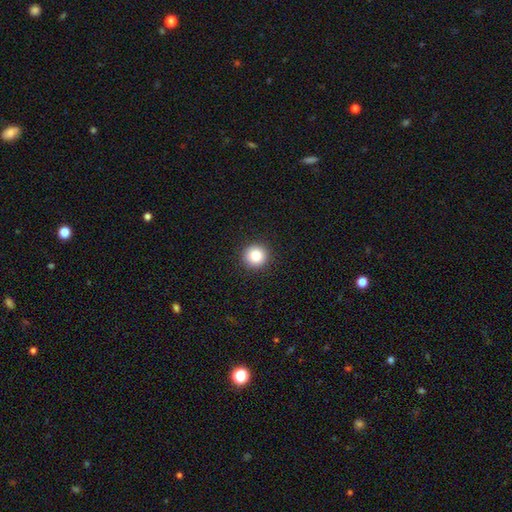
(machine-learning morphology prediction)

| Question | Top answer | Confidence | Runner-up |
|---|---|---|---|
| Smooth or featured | smooth | 83% | star or artifact (10%) |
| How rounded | round | 95% | in between (4%) |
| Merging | none | 93% | minor disturbance (4%) |